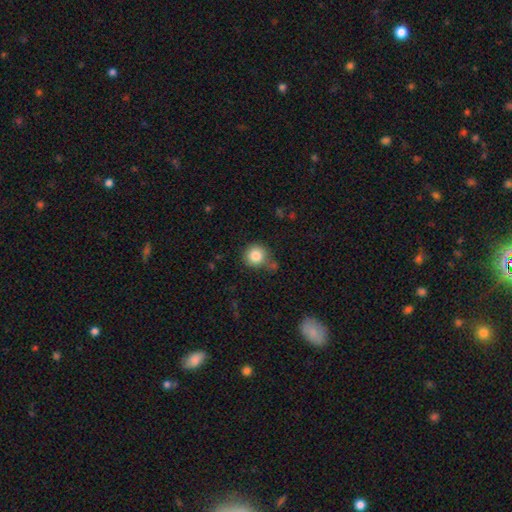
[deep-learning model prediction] This appears to be a smooth galaxy with no disk features (83%) that is round (92%). Merging: none (73%).